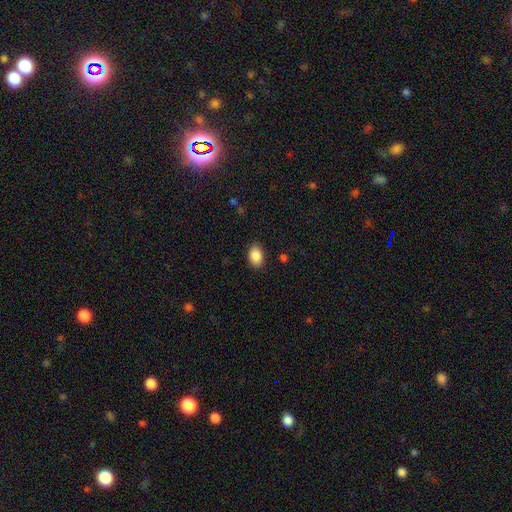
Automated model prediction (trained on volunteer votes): A smooth galaxy with no disk features (88%) that is in between round and cigar-shaped (84%). Merging: none (87%).